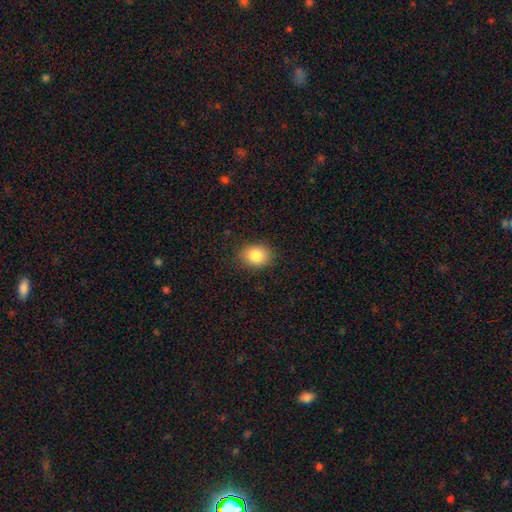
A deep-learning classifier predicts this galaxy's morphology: This is clearly a smooth galaxy (85%). How rounded: possibly in between (59%). Merging: clearly none (87%).